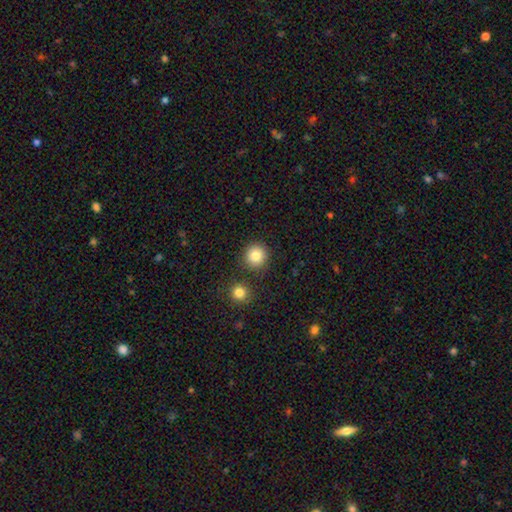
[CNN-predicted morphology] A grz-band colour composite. It shows a smooth galaxy with no disk features (84%) that is round (93%). Merging: none (86%).